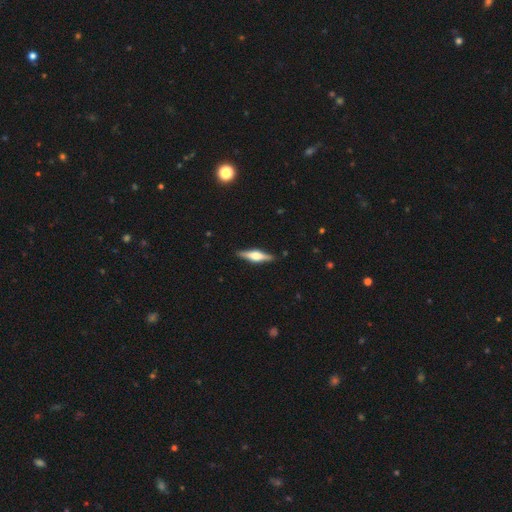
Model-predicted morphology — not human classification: Overall: featured or disk (67%; smooth 28%). Edge-on disk: yes (97%). Edge-on bulge: rounded (88%). Merging: none (89%).